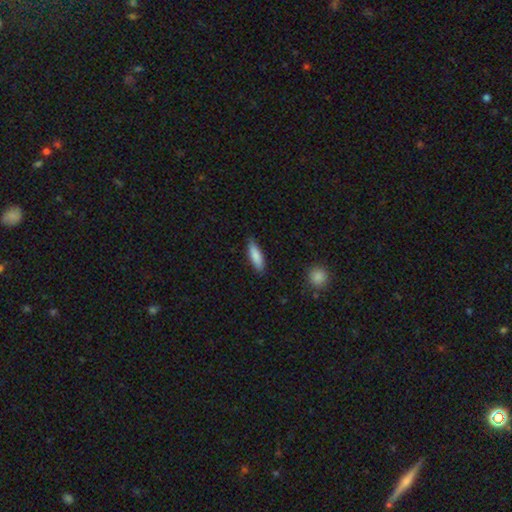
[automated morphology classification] A smooth galaxy with no disk features (84%) that is cigar-shaped (56%). Merging: none (86%).